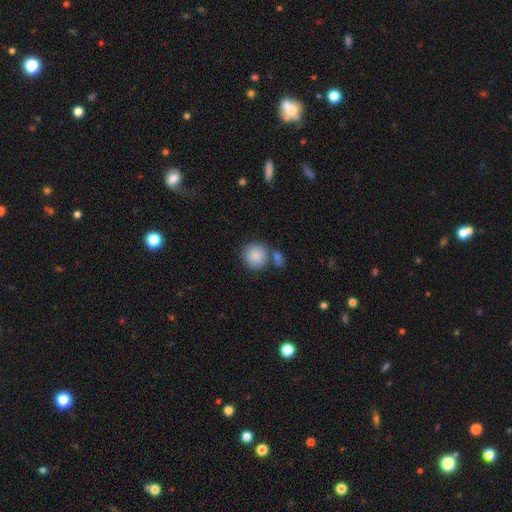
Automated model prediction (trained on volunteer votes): Overall: smooth (87%). How rounded: round (90%). Merging: none (61%; merger 25%).